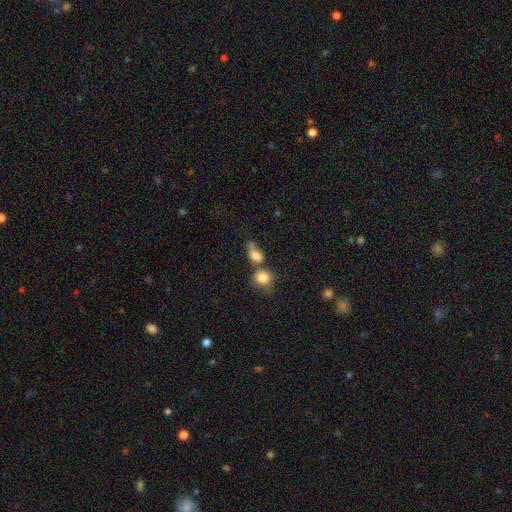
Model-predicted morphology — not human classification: type=smooth (78%); roundness=in between (52%); merging=merger (49%).